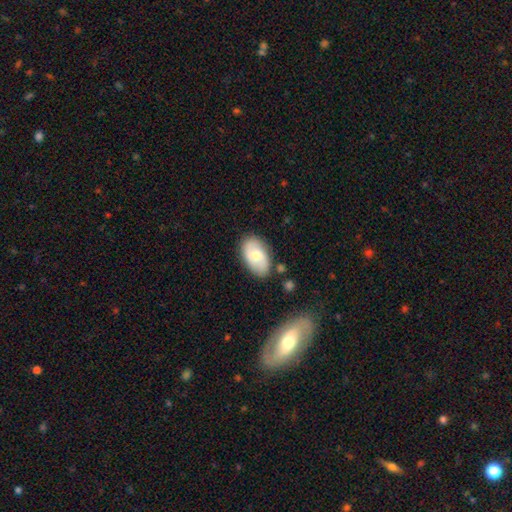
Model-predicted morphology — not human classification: Smooth or featured? Predicted: smooth (p=0.57). How rounded? Predicted: in between (p=0.92). Merging? Predicted: none (p=0.79).